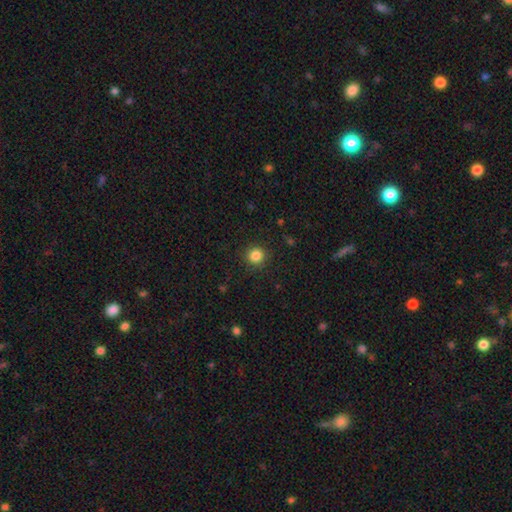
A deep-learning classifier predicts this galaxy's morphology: A smooth galaxy with no disk features (85%) that is round (92%). Merging: none (90%).